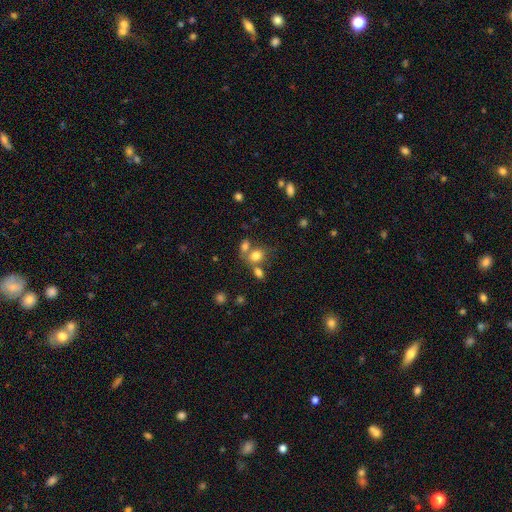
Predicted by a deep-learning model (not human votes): The model was most divided on "merging": none: 45%, merger: 38%, minor disturbance: 11%, major disturbance: 6%. More confident: smooth or featured — smooth (77%); how rounded — in between (57%).